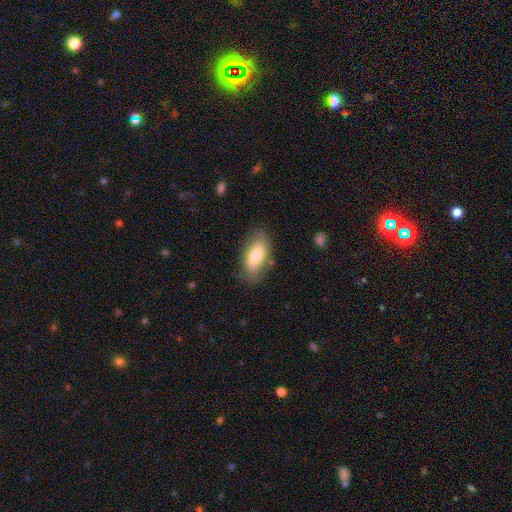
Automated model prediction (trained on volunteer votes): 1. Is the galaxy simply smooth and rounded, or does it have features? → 69% smooth, 24% featured or disk, 7% star or artifact.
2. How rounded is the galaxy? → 92% in between, 4% cigar-shaped, 4% round.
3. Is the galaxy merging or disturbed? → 76% none, 17% minor disturbance, 5% major disturbance, 2% merger.